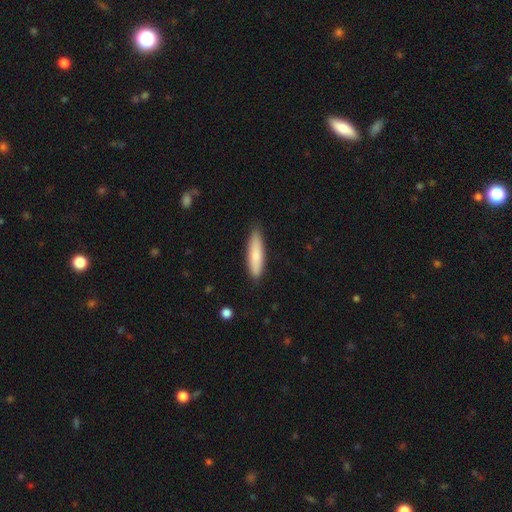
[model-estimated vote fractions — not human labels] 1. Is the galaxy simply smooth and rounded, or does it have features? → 79% smooth, 16% featured or disk, 5% star or artifact.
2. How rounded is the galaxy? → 78% cigar-shaped, 20% in between, 1% round.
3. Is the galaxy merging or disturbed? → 85% none, 12% minor disturbance, 2% major disturbance, 1% merger.